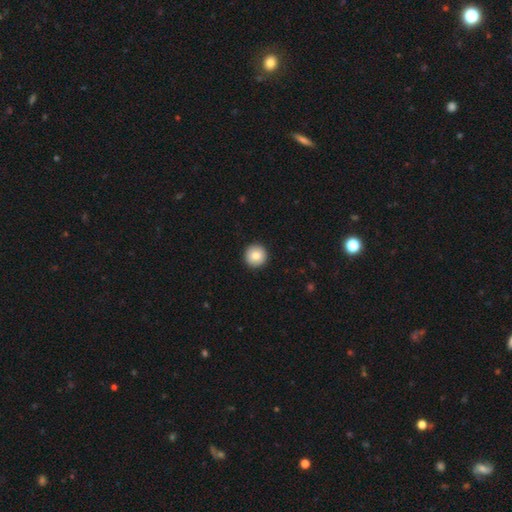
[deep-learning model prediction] Smooth or featured?
  - smooth: 82% *
  - featured or disk: 11%
  - star or artifact: 8%
How rounded?
  - round: 96% *
  - in between: 3%
  - cigar-shaped: 1%
Merging?
  - none: 94% *
  - minor disturbance: 4%
  - major disturbance: 1%
  - merger: 1%